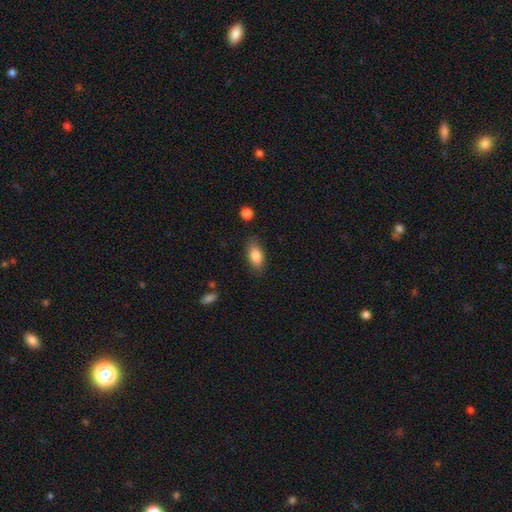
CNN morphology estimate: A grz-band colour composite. It shows a smooth galaxy with no disk features (84%) that is in between round and cigar-shaped (87%). Merging: none (83%).